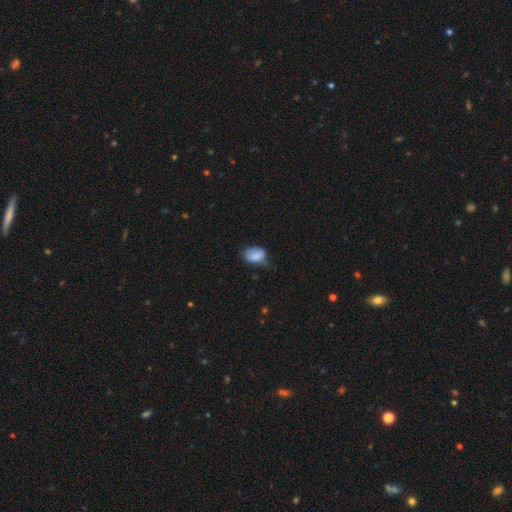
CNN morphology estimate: Q: Smooth or featured?
A: smooth (82%); runner-up: featured or disk (10%)
Q: How rounded?
A: in between (77%); runner-up: round (22%)
Q: Merging?
A: none (54%); runner-up: minor disturbance (36%)